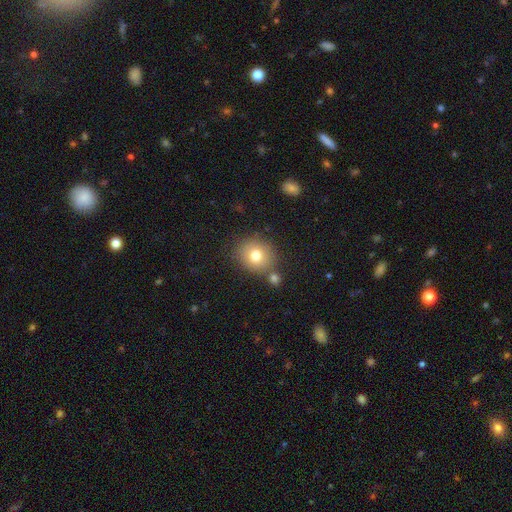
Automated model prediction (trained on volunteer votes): The model was most divided on "how rounded": round: 78%, in between: 21%, cigar-shaped: 1%. More confident: smooth or featured — smooth (77%); merging — none (73%).